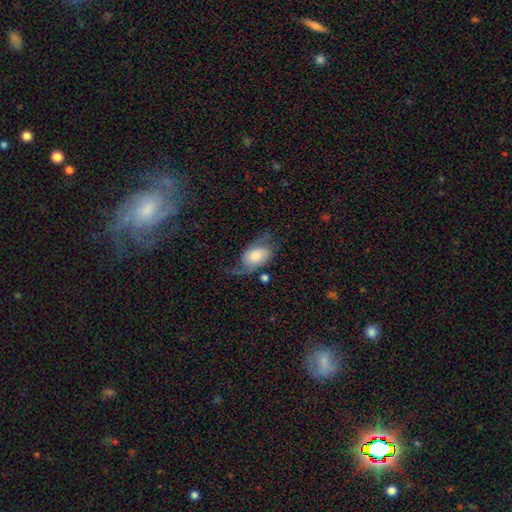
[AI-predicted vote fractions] A featured or disk galaxy (60%) with no bar (66%), 2 (87%) loose (64%) spiral arms (90%) and a large central bulge (35%).

Vote fractions:
- Smooth or featured? featured or disk: 60% / smooth: 32% / star or artifact: 8%
- Edge-on disk? no: 95% / yes: 5%
- Bar? no: 66% / weak: 27% / strong: 7%
- Spiral arms? yes: 90% / no: 10%
- Spiral winding? loose: 64% / medium: 28% / tight: 8%
- Spiral arm count? 2: 87% / 1: 6% / can't tell: 4% / 3: 1% / 4: 1% / more than 4: 1%
- Bulge size? large: 35% / moderate: 27% / small: 17% / dominant: 12% / none: 9%
- Merging? none: 49% / minor disturbance: 24% / major disturbance: 23% / merger: 4%